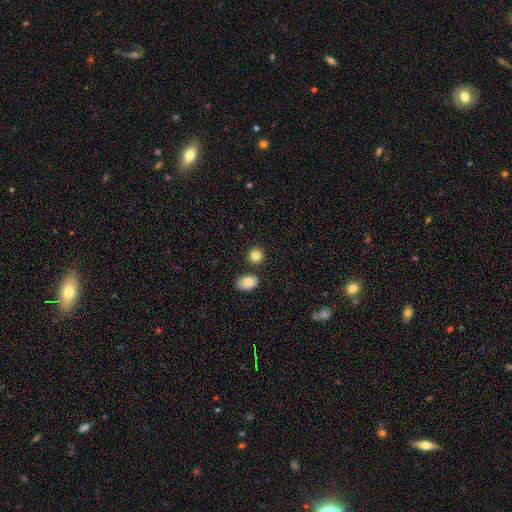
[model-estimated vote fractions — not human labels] Morphology: type=smooth (85%); roundness=round (81%); merging=none (80%).